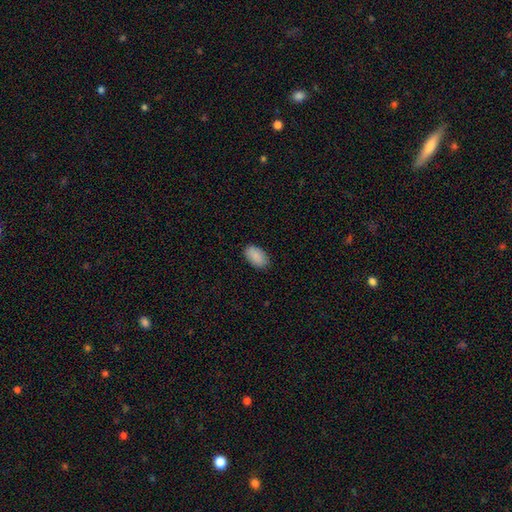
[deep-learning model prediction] This appears to be a smooth galaxy with no disk features (90%) that is in between round and cigar-shaped (94%). Merging: none (87%).